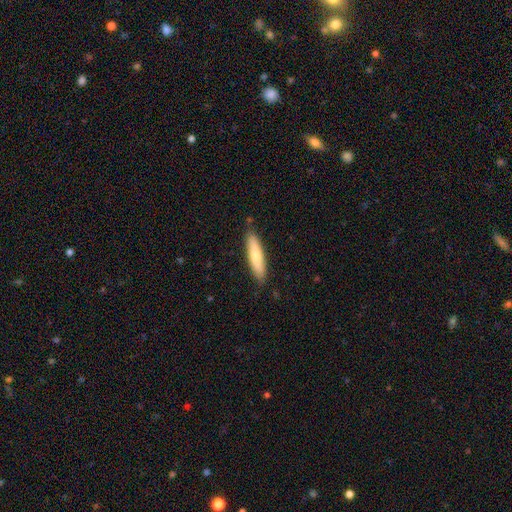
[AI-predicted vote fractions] Overall: smooth (67%; featured or disk 28%). How rounded: cigar-shaped (77%). Merging: none (84%).